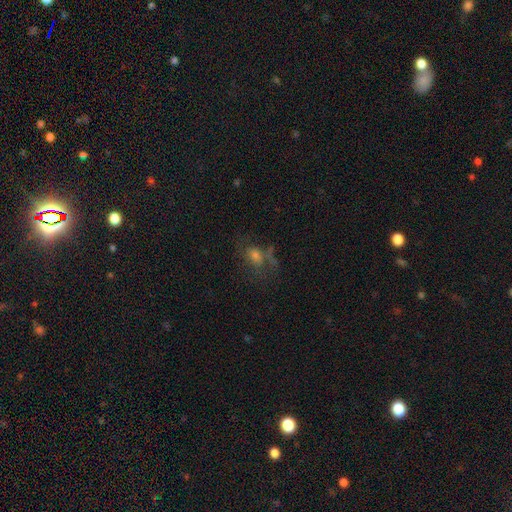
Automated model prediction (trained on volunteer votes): The model was most divided on "smooth or featured": featured or disk: 37%, smooth: 36%, star or artifact: 26%. Remaining: merging — none (48%).